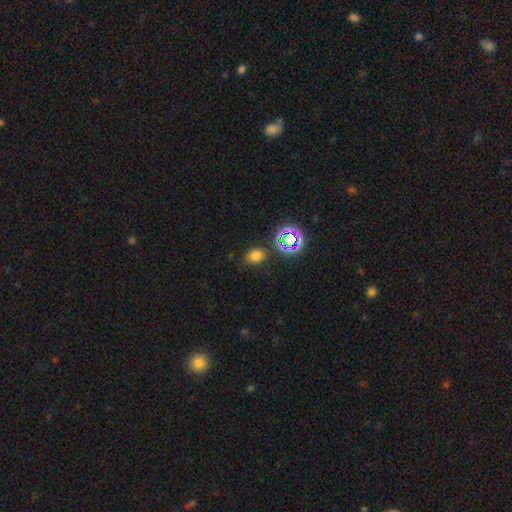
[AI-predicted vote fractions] smooth_or_featured: smooth (p=0.71) [alt: star or artifact p=0.22]
how_rounded: in between (p=0.59) [alt: round p=0.39]
merging: none (p=0.82) [alt: minor disturbance p=0.11]